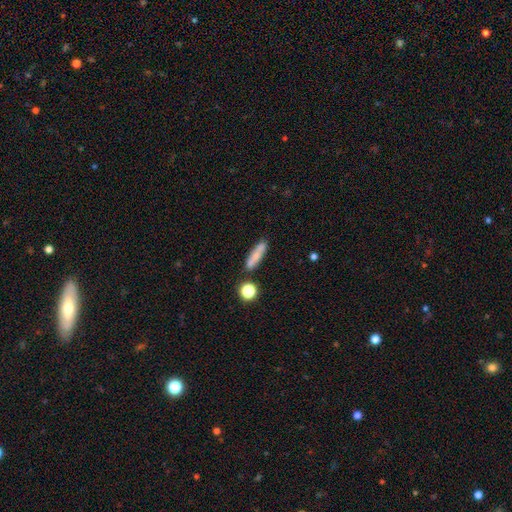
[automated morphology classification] The model was most divided on "how rounded": cigar-shaped: 72%, in between: 24%, round: 4%. More confident: merging — none (73%); smooth or featured — smooth (72%).